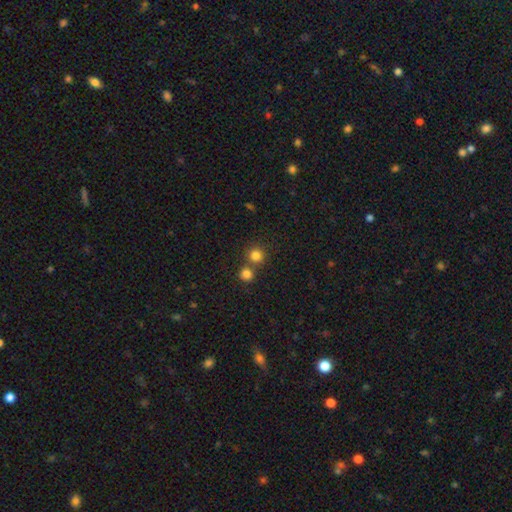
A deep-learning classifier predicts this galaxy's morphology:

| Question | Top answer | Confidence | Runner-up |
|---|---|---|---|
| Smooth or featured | smooth | 81% | star or artifact (13%) |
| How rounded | round | 91% | in between (8%) |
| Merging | none | 68% | merger (24%) |